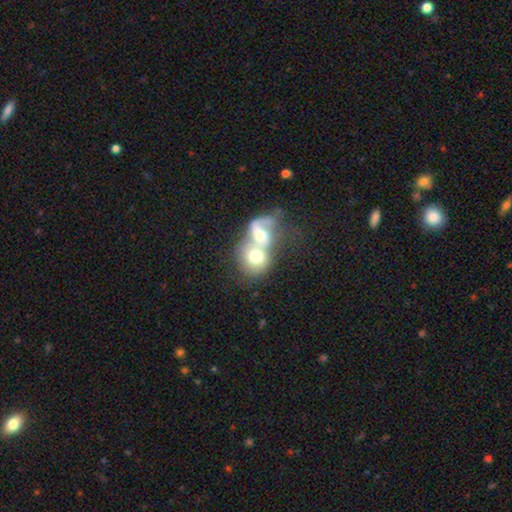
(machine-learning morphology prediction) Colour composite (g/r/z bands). It shows a smooth galaxy with no disk features (55%) that is round (61%). Merging: merger (79%).